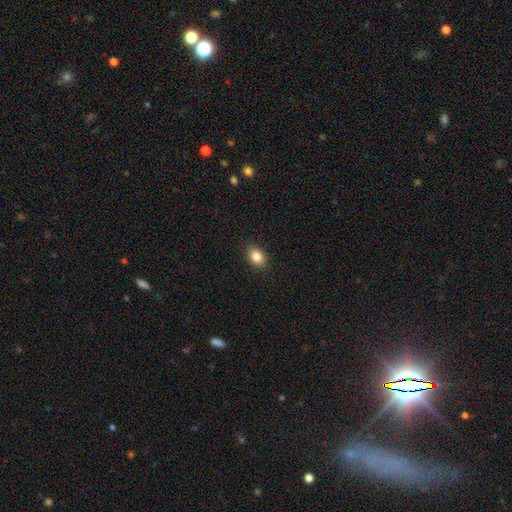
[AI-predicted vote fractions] Smooth or featured? smooth (85%)
How rounded? in between (77%)
Merging? none (88%)